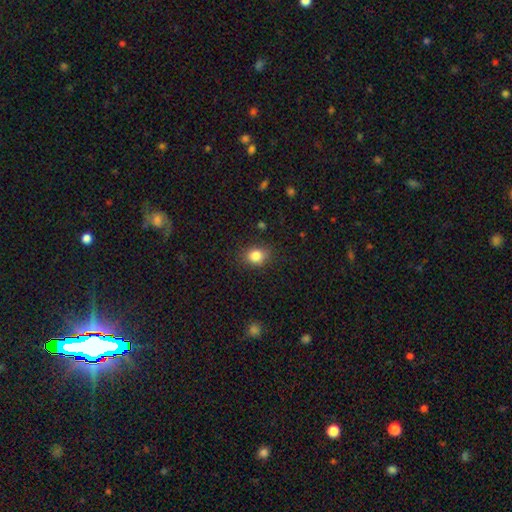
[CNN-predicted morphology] This is clearly a smooth galaxy (84%). How rounded: likely round (60%). Merging: clearly none (83%).